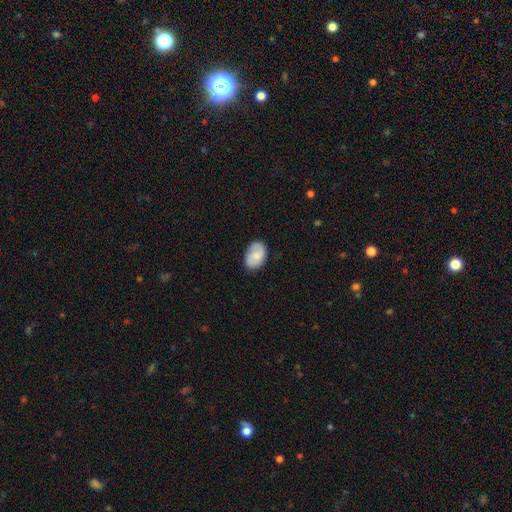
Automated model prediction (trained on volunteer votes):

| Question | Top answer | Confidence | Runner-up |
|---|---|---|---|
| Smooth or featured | smooth | 73% | featured or disk (21%) |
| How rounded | in between | 86% | round (13%) |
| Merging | none | 80% | minor disturbance (16%) |